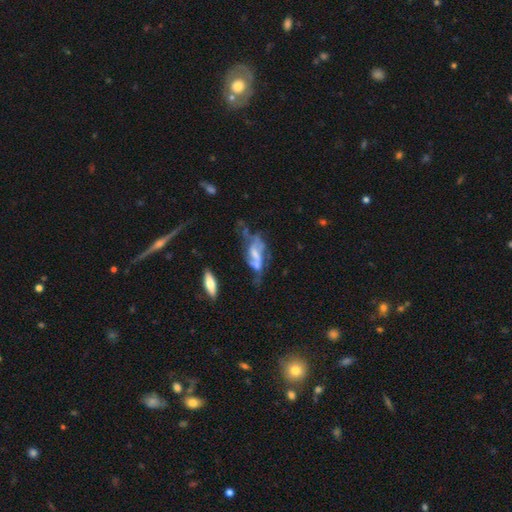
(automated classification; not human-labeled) Morphology: type=featured or disk (70%); edge-on=no (90%); bar=no (40%); spiral arms=yes (68%); bulge=none (31%); merging=major disturbance (35%).